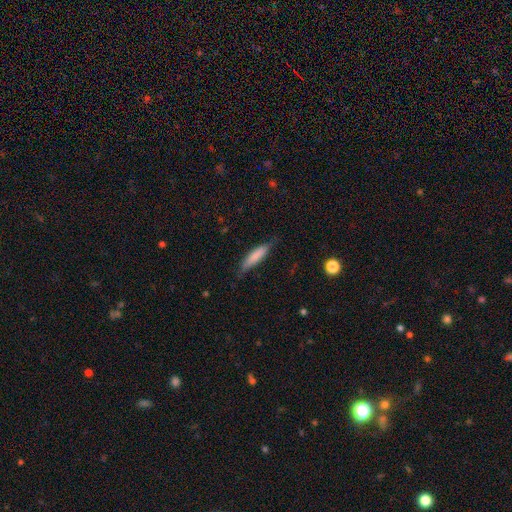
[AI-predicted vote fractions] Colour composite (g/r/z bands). It shows a smooth galaxy with no disk features (78%) that is cigar-shaped (75%). Merging: none (76%).